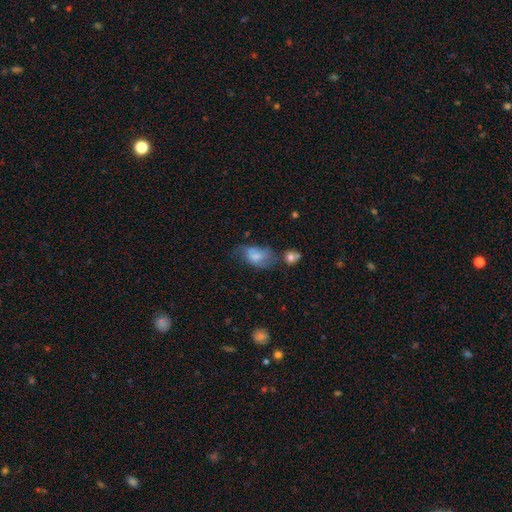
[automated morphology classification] smooth_or_featured: smooth (p=0.62) [alt: featured or disk p=0.29]
how_rounded: in between (p=0.86) [alt: round p=0.12]
merging: none (p=0.36) [alt: minor disturbance p=0.32]